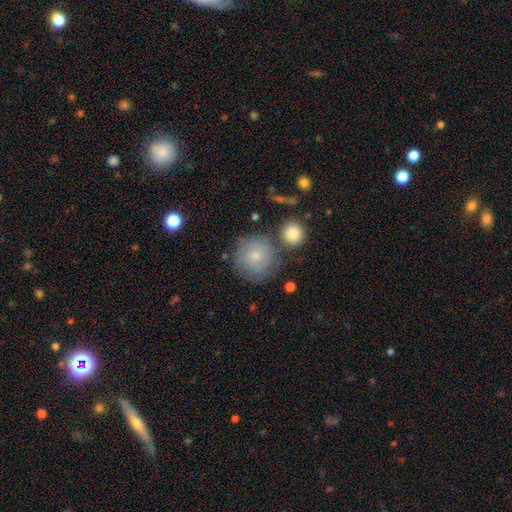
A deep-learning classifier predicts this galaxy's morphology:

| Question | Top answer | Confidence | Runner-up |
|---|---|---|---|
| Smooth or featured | smooth | 69% | featured or disk (23%) |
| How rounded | round | 93% | in between (6%) |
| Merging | none | 69% | minor disturbance (16%) |